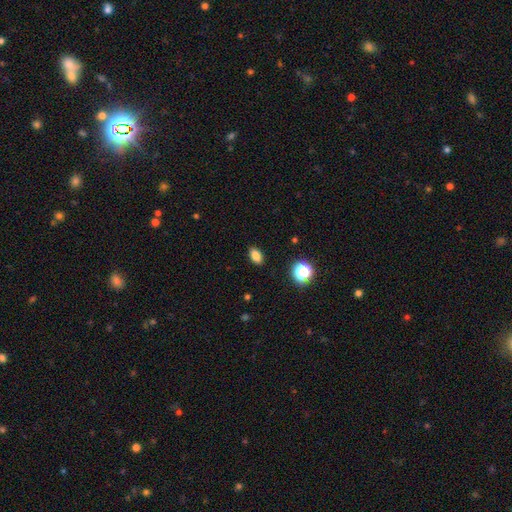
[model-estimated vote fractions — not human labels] This is clearly a smooth galaxy (82%). How rounded: clearly in between (86%). Merging: clearly none (89%).